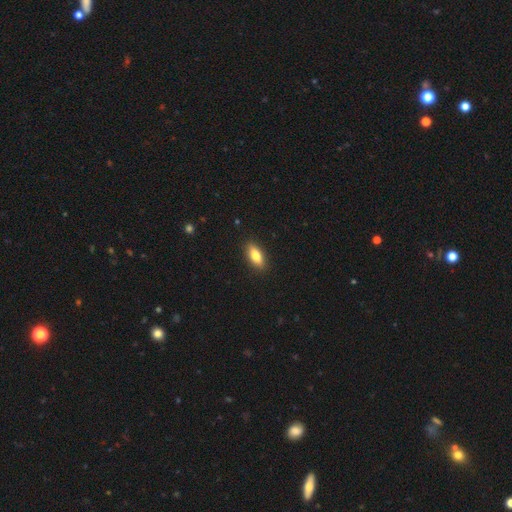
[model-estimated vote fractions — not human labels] smooth-or-featured: smooth: 75% | featured or disk: 18% | star or artifact: 7%
  how-rounded: in between: 73% | cigar-shaped: 24% | round: 3%
  merging: none: 88% | minor disturbance: 9% | major disturbance: 2% | merger: 1%